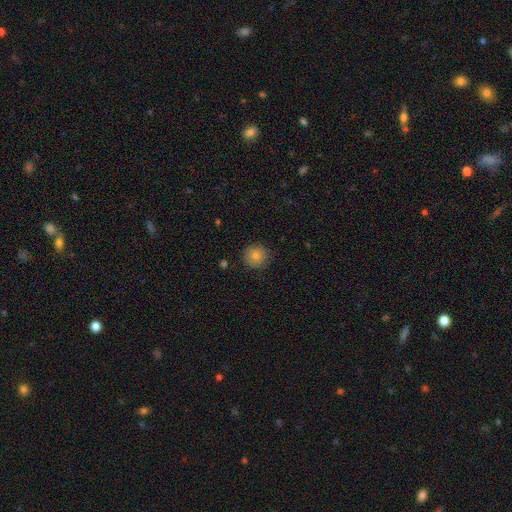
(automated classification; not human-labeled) This appears to be a smooth galaxy with no disk features (83%) that is round (93%). Merging: none (88%).